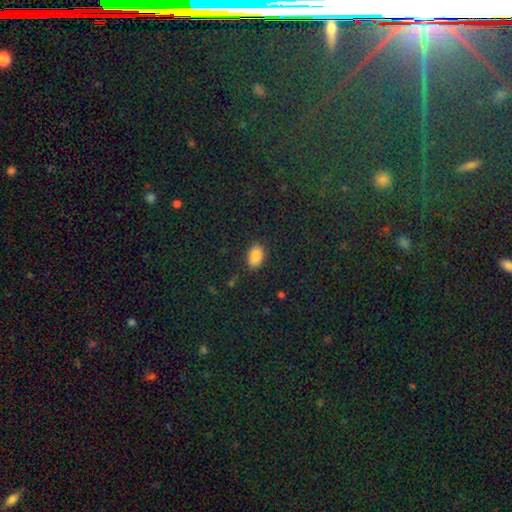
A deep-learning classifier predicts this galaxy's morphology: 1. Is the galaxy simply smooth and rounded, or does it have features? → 86% smooth, 9% star or artifact, 5% featured or disk.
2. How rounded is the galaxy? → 92% in between, 6% round, 2% cigar-shaped.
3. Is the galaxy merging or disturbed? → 84% none, 12% minor disturbance, 3% major disturbance, 1% merger.